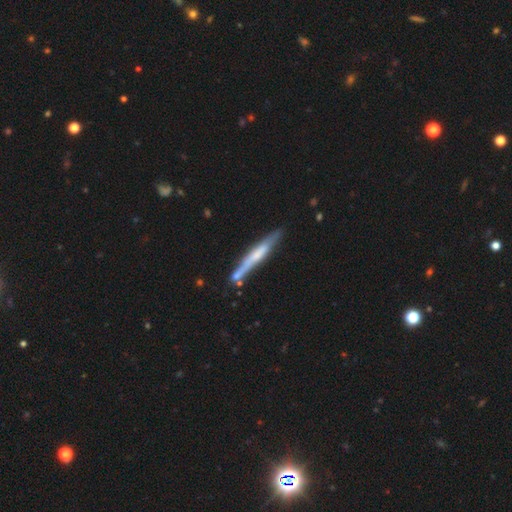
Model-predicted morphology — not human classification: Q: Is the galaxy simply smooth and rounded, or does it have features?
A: featured or disk — 55%.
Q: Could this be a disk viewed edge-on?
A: yes — 92%.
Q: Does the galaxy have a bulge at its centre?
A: none — 49%.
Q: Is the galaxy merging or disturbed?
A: none — 71%.